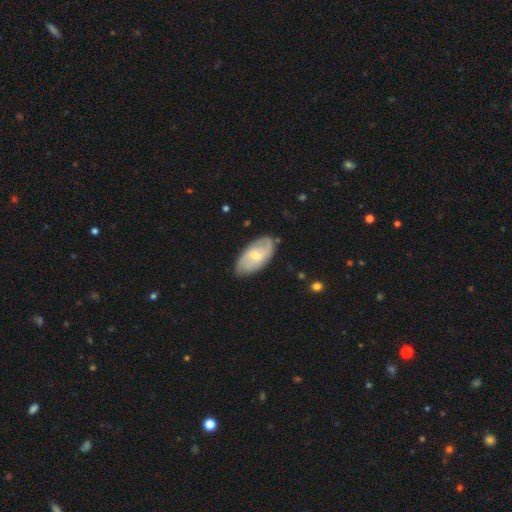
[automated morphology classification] Overall: featured or disk (64%; smooth 31%). Edge-on disk: no (93%). Bar: no (46%; weak 45%). Spiral arms: yes (85%). Spiral arm count: 2 (59%; can't tell 24%). Spiral winding: medium (41%; tight 32%). Bulge size: small (58%; moderate 38%). Merging: none (77%).